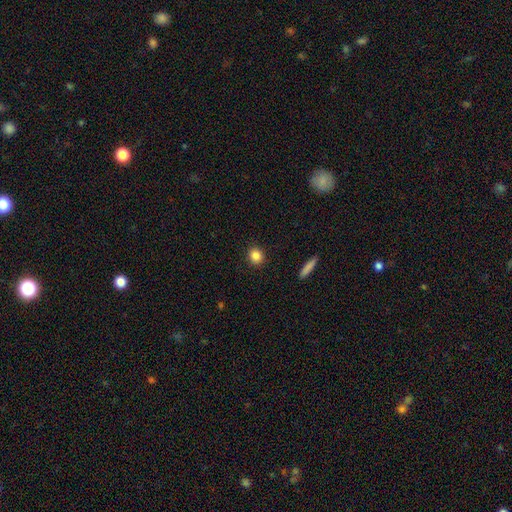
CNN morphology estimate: smooth-or-featured: smooth: 85% | star or artifact: 10% | featured or disk: 5%
  how-rounded: round: 83% | in between: 15% | cigar-shaped: 2%
  merging: none: 91% | minor disturbance: 6% | major disturbance: 2% | merger: 1%